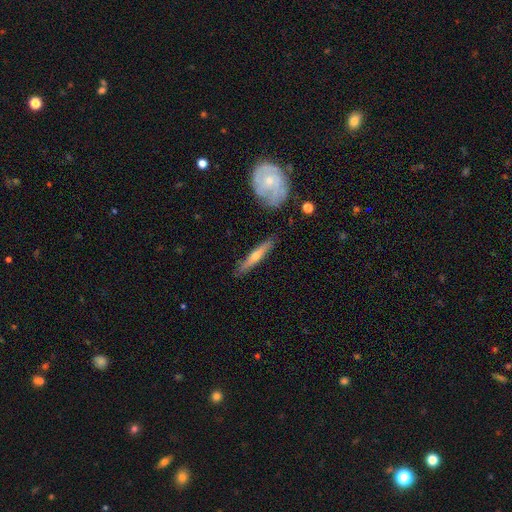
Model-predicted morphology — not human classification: smooth-or-featured: featured or disk: 57% | smooth: 38% | star or artifact: 5%
  disk-edge-on: yes: 90% | no: 10%
    edge-on-bulge: rounded: 76% | none: 20% | boxy: 4%
  merging: none: 85% | minor disturbance: 10% | merger: 2% | major disturbance: 2%